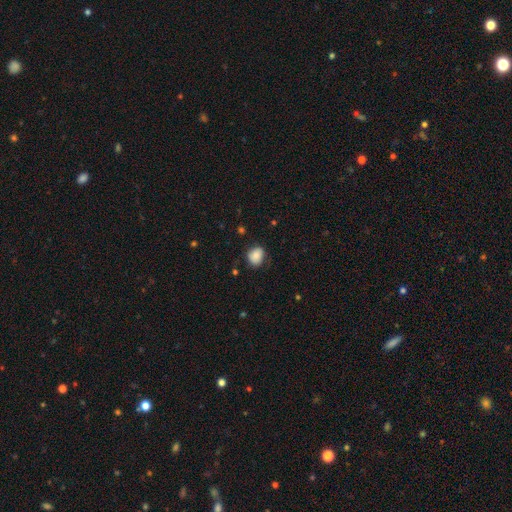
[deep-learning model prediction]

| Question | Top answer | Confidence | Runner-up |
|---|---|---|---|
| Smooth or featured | smooth | 82% | featured or disk (9%) |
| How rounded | round | 53% | in between (47%) |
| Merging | none | 70% | minor disturbance (23%) |